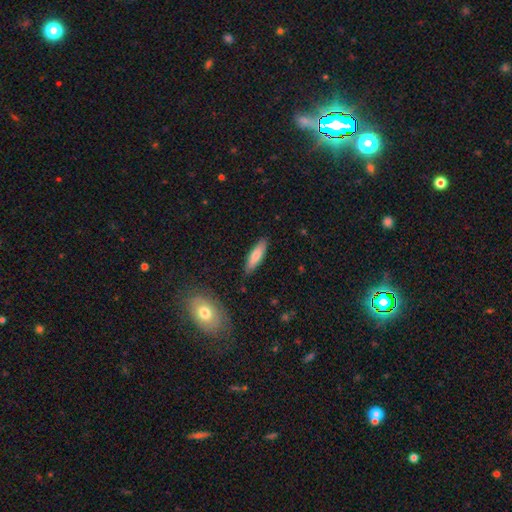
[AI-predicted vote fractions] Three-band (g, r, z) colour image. It shows a smooth galaxy with no disk features (77%) that is cigar-shaped (64%). Merging: none (87%).